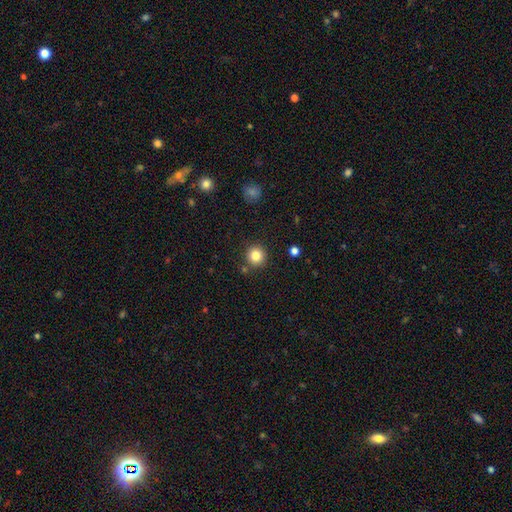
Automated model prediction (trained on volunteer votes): smooth-or-featured: smooth: 84% | star or artifact: 11% | featured or disk: 5%
  how-rounded: round: 95% | in between: 4% | cigar-shaped: 1%
  merging: none: 87% | minor disturbance: 7% | merger: 4% | major disturbance: 2%